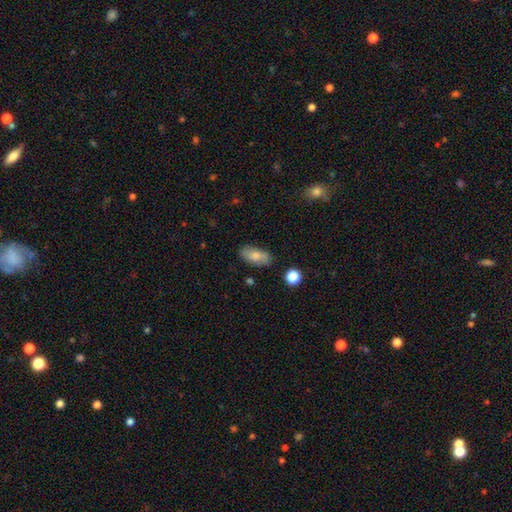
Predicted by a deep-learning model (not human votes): smooth-or-featured: smooth: 77% | featured or disk: 15% | star or artifact: 7%
  how-rounded: in between: 89% | cigar-shaped: 7% | round: 4%
  merging: none: 81% | minor disturbance: 14% | major disturbance: 3% | merger: 2%